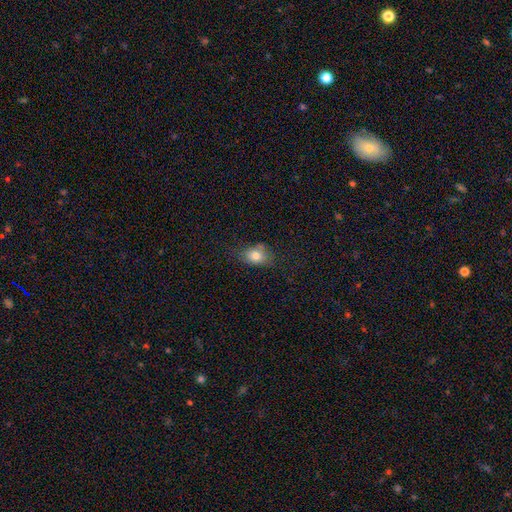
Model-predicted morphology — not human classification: The model was most divided on "merging": none: 59%, minor disturbance: 28%, major disturbance: 10%, merger: 3%. More confident: smooth or featured — smooth (79%); how rounded — in between (69%).